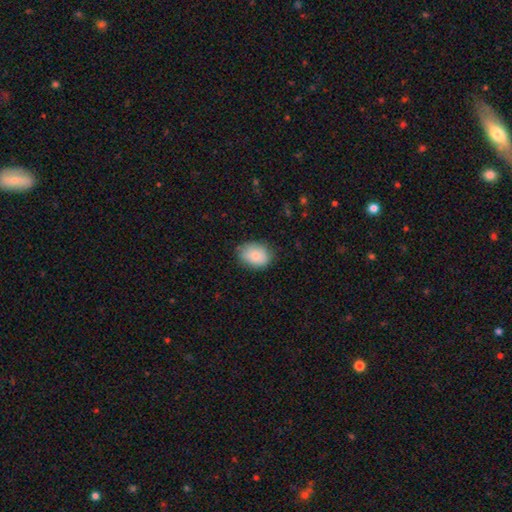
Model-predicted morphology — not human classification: A smooth galaxy with no disk features (84%) that is in between round and cigar-shaped (70%).

Vote fractions:
- Smooth or featured? smooth: 84% / featured or disk: 9% / star or artifact: 7%
- How rounded? in between: 70% / round: 29% / cigar-shaped: 1%
- Merging? none: 80% / minor disturbance: 16% / major disturbance: 3% / merger: 1%